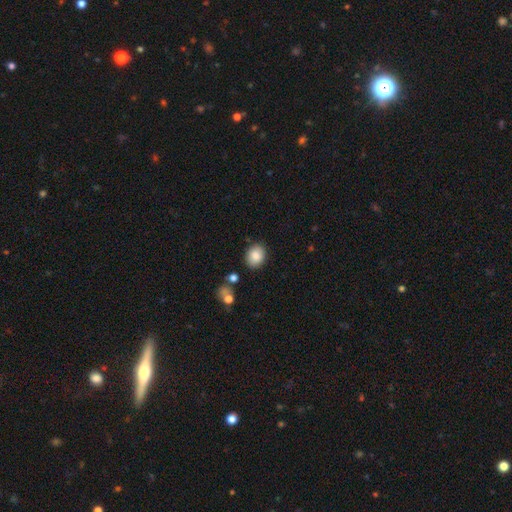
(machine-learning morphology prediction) smooth-or-featured: smooth: 85% | star or artifact: 8% | featured or disk: 7%
  how-rounded: in between: 58% | round: 41% | cigar-shaped: 1%
  merging: none: 84% | minor disturbance: 10% | merger: 3% | major disturbance: 3%